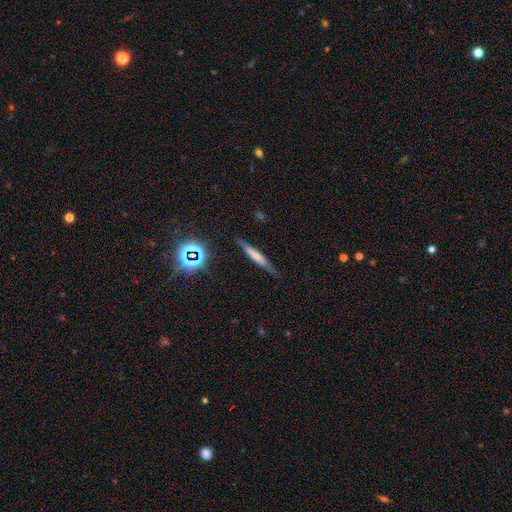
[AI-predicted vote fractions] A smooth galaxy with no disk features (53%) that is cigar-shaped (90%). Merging: none (78%).